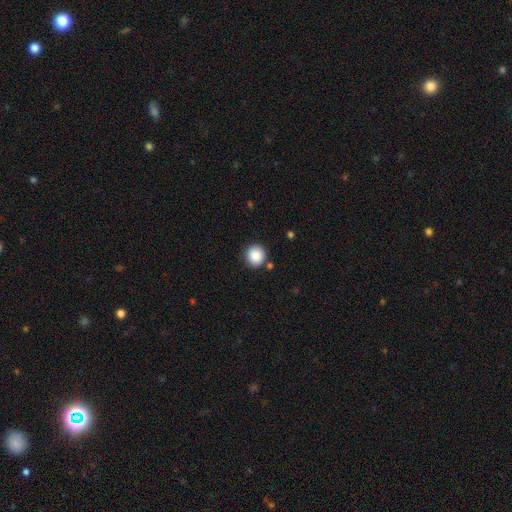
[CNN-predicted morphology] Smooth or featured? Predicted: smooth (p=0.88). How rounded? Predicted: round (p=0.94). Merging? Predicted: none (p=0.88).